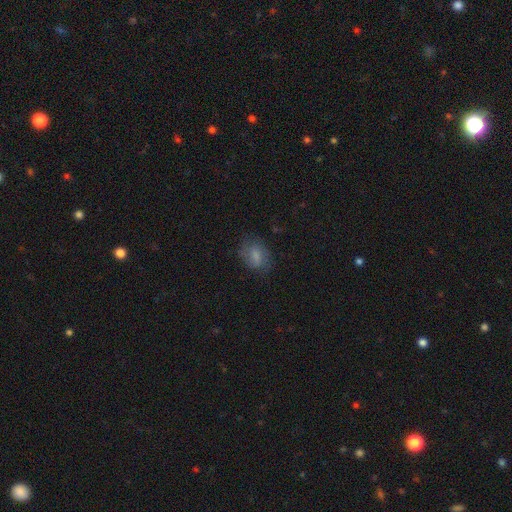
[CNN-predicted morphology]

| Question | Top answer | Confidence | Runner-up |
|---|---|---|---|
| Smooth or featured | smooth | 70% | featured or disk (21%) |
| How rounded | in between | 70% | round (28%) |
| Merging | none | 66% | minor disturbance (23%) |